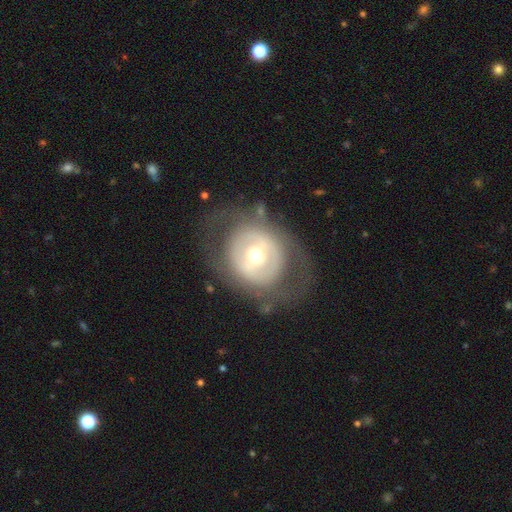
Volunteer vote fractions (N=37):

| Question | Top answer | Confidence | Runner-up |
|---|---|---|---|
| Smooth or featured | featured or disk | 76% | smooth (19%) |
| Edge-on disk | no | 96% | yes (4%) |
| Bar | no | 37% | weak (33%) |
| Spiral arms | no | 85% | yes (15%) |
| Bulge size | moderate | 59% | small (37%) |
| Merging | none | 74% | minor disturbance (26%) |